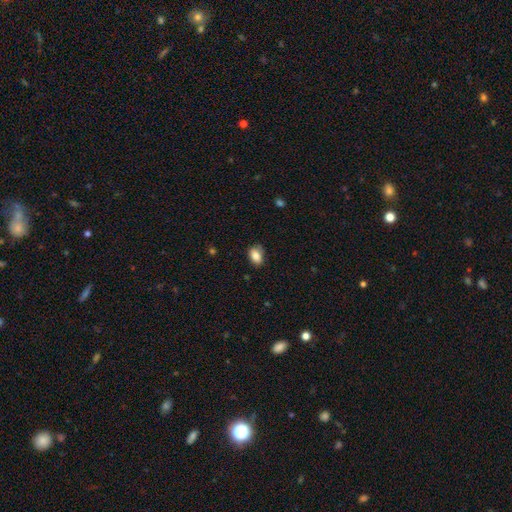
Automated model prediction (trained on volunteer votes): Morphology: type=smooth (86%); roundness=in between (84%); merging=none (74%).